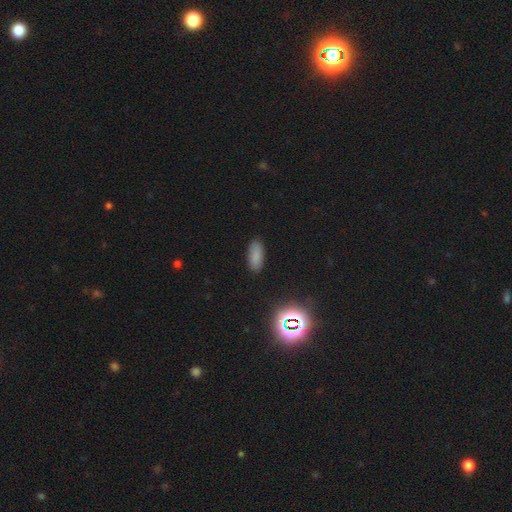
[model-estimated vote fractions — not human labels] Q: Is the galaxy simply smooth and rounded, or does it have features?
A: smooth — 84%.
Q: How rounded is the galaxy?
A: in between — 80%.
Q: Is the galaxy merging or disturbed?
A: none — 88%.